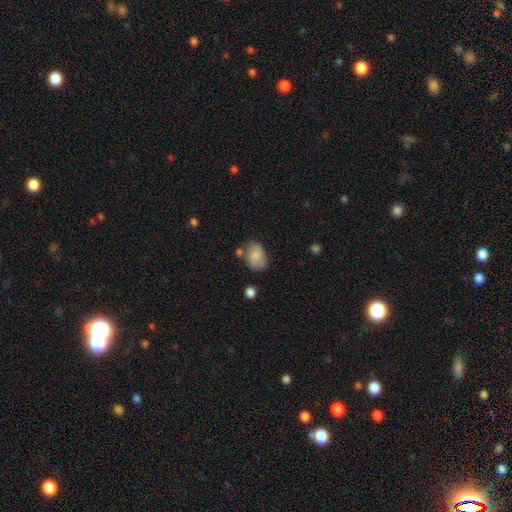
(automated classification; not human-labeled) Overall: smooth (80%). How rounded: in between (69%; round 30%). Merging: none (63%; minor disturbance 23%).